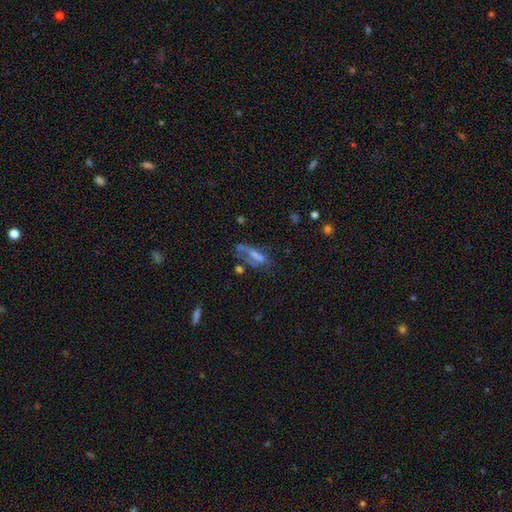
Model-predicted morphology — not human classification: Smooth or featured? smooth (46%)
Merging? none (33%)